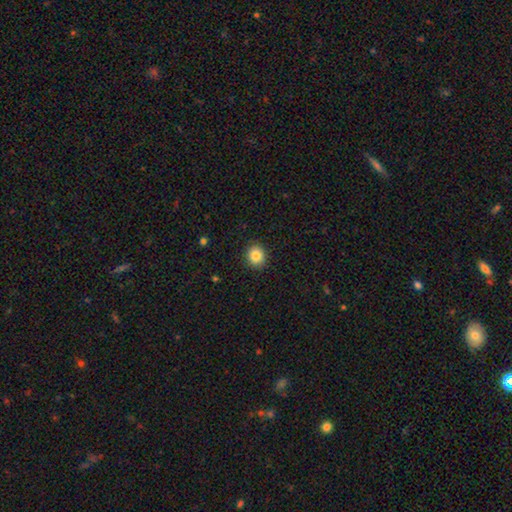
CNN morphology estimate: The model was most divided on "how rounded": round: 78%, in between: 21%, cigar-shaped: 1%. More confident: merging — none (91%); smooth or featured — smooth (84%).